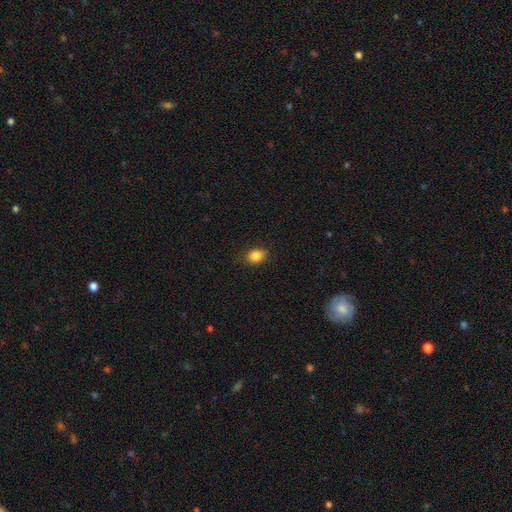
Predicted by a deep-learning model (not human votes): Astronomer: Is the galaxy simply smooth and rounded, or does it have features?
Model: smooth — 85%.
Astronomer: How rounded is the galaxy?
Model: in between — 54% (runner-up: round, 45%).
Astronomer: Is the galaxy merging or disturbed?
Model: none — 78%.